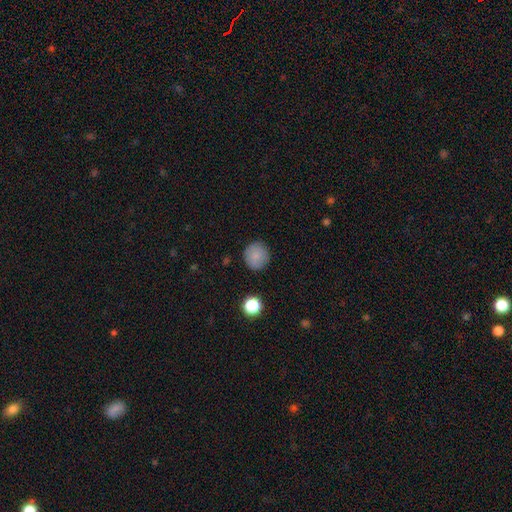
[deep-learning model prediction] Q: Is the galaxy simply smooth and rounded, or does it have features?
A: smooth — 84%.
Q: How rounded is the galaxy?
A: round — 93%.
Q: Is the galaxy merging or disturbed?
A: none — 87%.